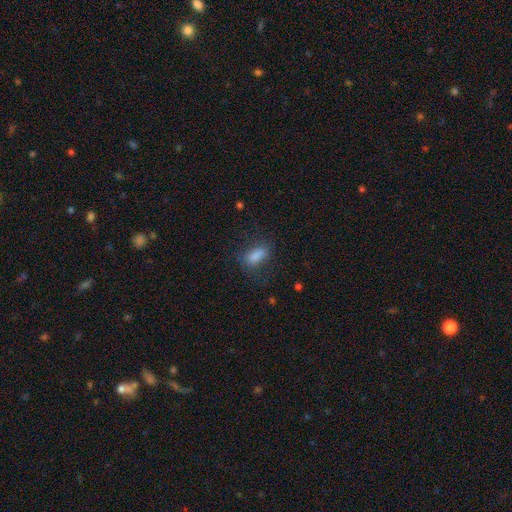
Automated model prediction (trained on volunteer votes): Smooth or featured? Predicted: smooth (p=0.78). How rounded? Predicted: in between (p=0.74). Merging? Predicted: none (p=0.68).